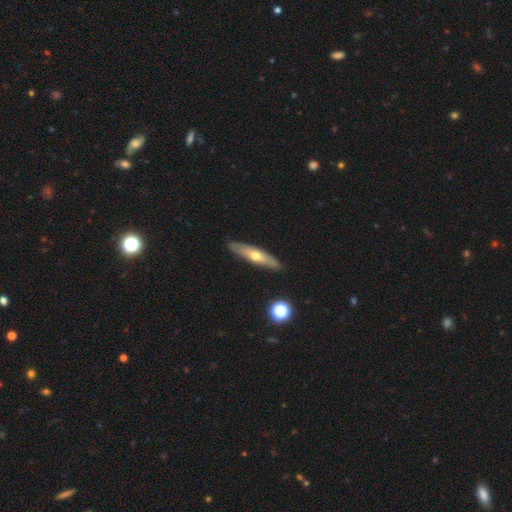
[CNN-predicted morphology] Q: Smooth or featured?
A: featured or disk (50%); runner-up: smooth (43%)
Q: Edge-on disk?
A: yes (77%); runner-up: no (23%)
Q: Merging?
A: none (88%); runner-up: minor disturbance (9%)